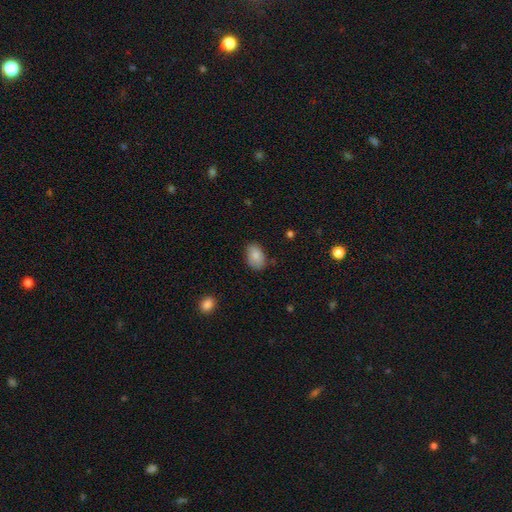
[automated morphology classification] This appears to be a smooth galaxy with no disk features (81%) that is in between round and cigar-shaped (88%). Merging: none (78%).